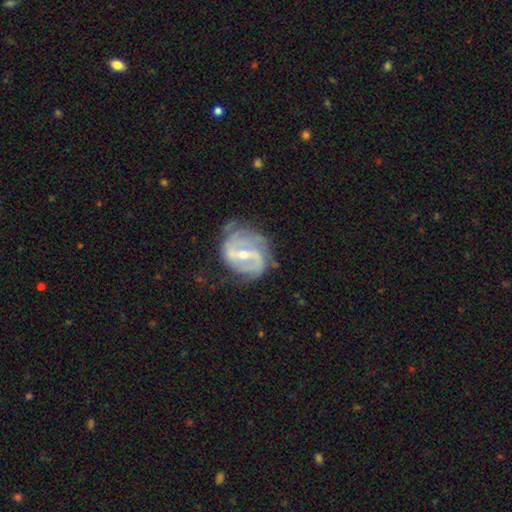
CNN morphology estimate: This appears to be a featured or disk galaxy (81%) with a weak bar (43%), 2 (58%) medium (41%) spiral arms (92%) and a small central bulge (56%). Merging: none (67%).